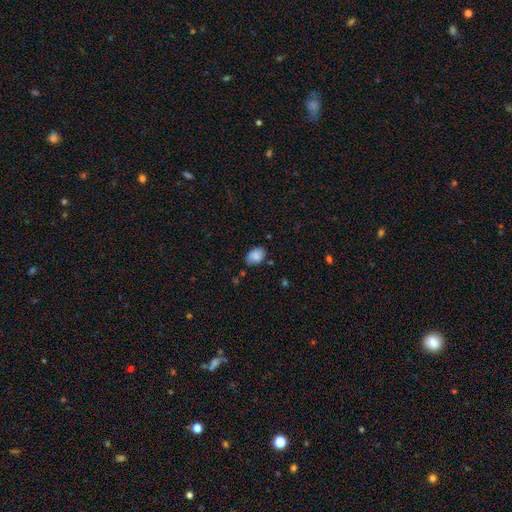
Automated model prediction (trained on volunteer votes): smooth-or-featured: smooth: 81% | featured or disk: 11% | star or artifact: 8%
  how-rounded: in between: 83% | round: 16% | cigar-shaped: 1%
  merging: none: 72% | minor disturbance: 21% | major disturbance: 4% | merger: 3%